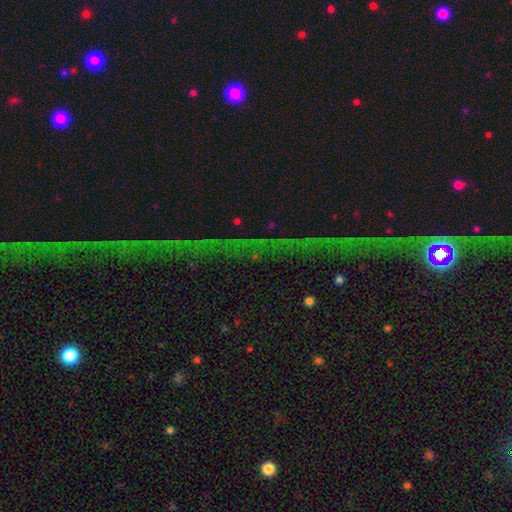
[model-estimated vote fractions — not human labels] The model was most divided on "smooth or featured": star or artifact: 73%, featured or disk: 15%, smooth: 12%.